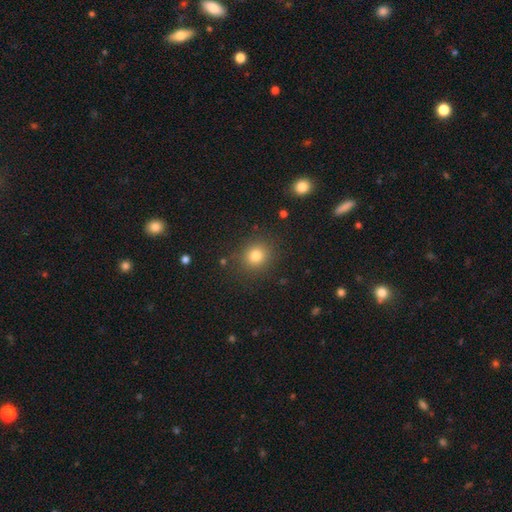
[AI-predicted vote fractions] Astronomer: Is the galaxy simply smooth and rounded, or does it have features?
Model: smooth — 79%.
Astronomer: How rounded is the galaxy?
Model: round — 86%.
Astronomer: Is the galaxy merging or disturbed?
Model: none — 87%.